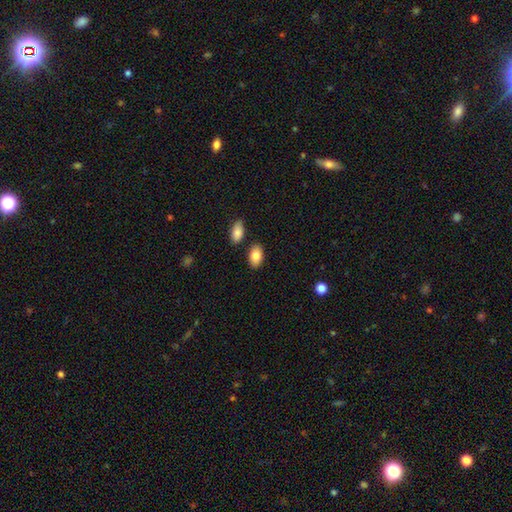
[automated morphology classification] smooth_or_featured: smooth (p=0.84) [alt: featured or disk p=0.09]
how_rounded: in between (p=0.91) [alt: round p=0.07]
merging: none (p=0.85) [alt: minor disturbance p=0.09]